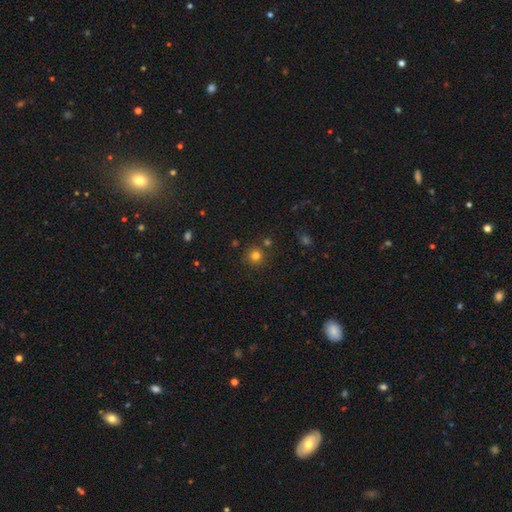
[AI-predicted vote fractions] Smooth or featured: smooth — 76% (star or artifact — 17%)
How rounded: round — 93% (in between — 6%)
Merging: none — 82% (minor disturbance — 8%)